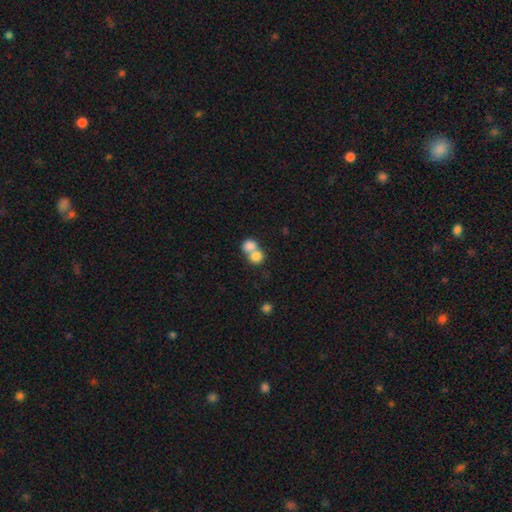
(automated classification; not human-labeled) smooth-or-featured: smooth: 79% | featured or disk: 12% | star or artifact: 9%
  how-rounded: round: 77% | in between: 22% | cigar-shaped: 1%
  merging: merger: 65% | none: 28% | minor disturbance: 5% | major disturbance: 3%